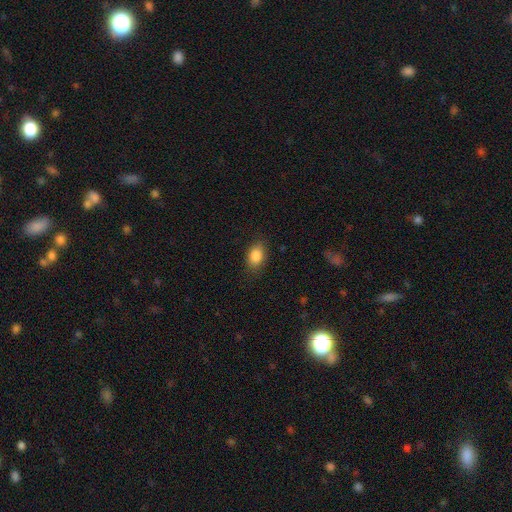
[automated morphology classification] type=smooth (87%); roundness=in between (84%); merging=none (83%).